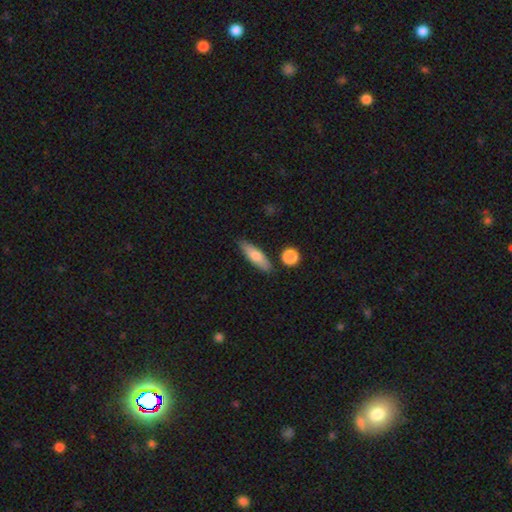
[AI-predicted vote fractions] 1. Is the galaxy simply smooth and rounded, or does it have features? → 73% smooth, 20% featured or disk, 6% star or artifact.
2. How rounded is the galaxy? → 53% cigar-shaped, 45% in between, 3% round.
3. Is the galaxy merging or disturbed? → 82% none, 12% minor disturbance, 4% merger, 2% major disturbance.